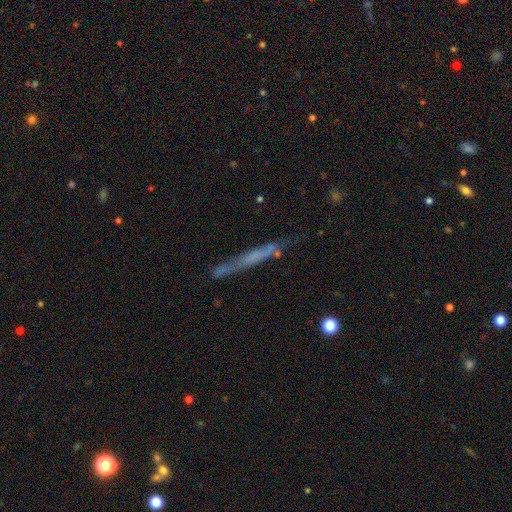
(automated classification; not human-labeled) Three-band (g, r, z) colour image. It shows a featured or disk galaxy (51%) viewed edge-on (88%). Merging: none (70%).